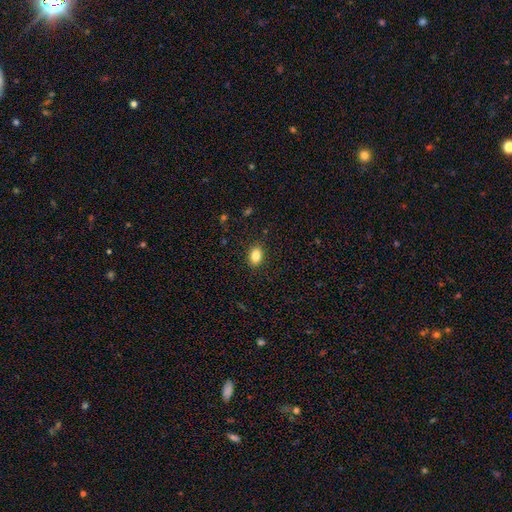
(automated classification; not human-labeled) Smooth or featured?
  - smooth: 84% *
  - star or artifact: 10%
  - featured or disk: 6%
How rounded?
  - in between: 78% *
  - round: 20%
  - cigar-shaped: 1%
Merging?
  - none: 88% *
  - minor disturbance: 8%
  - major disturbance: 2%
  - merger: 1%